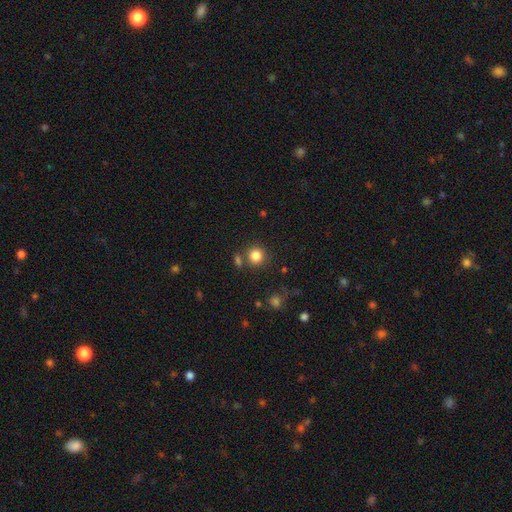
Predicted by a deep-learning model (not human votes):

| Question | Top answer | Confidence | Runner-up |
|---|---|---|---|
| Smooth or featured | smooth | 83% | star or artifact (12%) |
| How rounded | round | 91% | in between (8%) |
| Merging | none | 78% | merger (10%) |